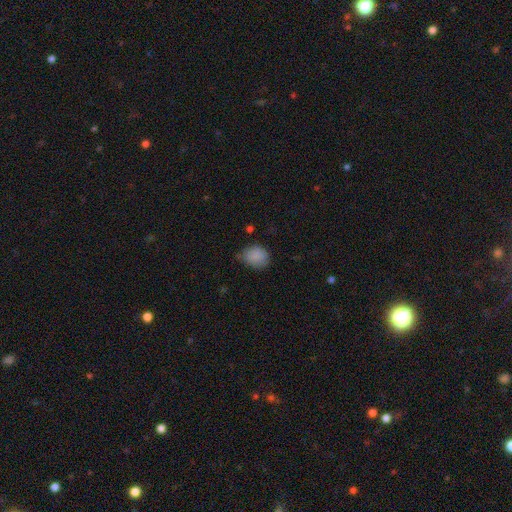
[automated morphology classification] A smooth galaxy with no disk features (85%) that is round (51%). Merging: none (61%).